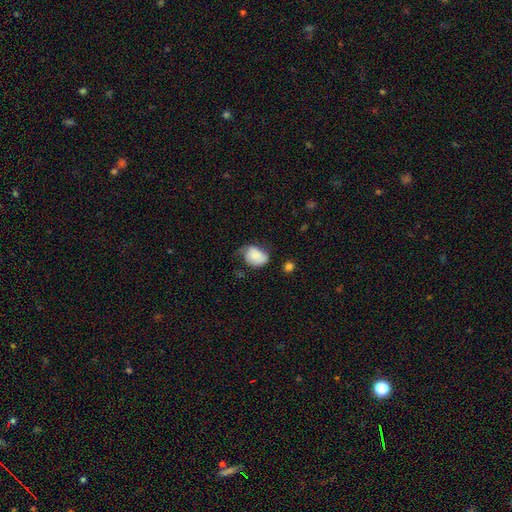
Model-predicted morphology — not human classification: The model was most divided on "merging": minor disturbance: 40%, none: 33%, major disturbance: 24%, merger: 3%. More confident: how rounded — in between (75%); smooth or featured — smooth (74%).